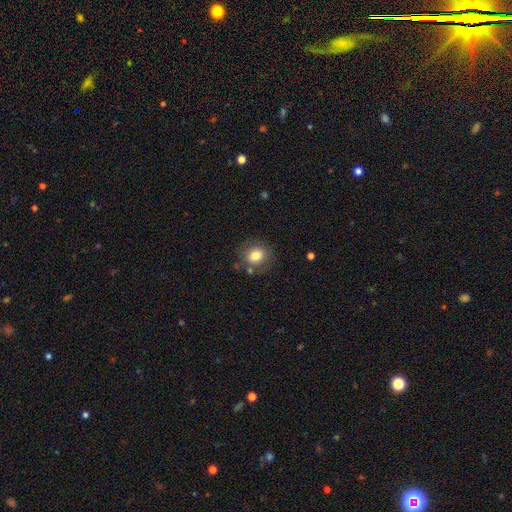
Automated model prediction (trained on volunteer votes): The model was most divided on "how rounded": round: 72%, in between: 27%, cigar-shaped: 1%. More confident: merging — none (79%); smooth or featured — smooth (79%).